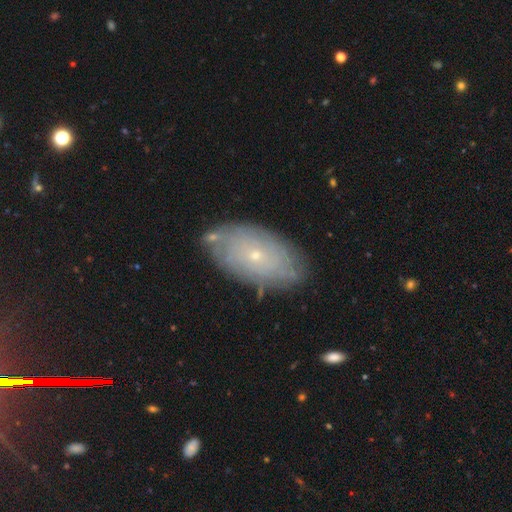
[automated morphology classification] This appears to be a featured or disk galaxy (51%). Merging: none (79%).